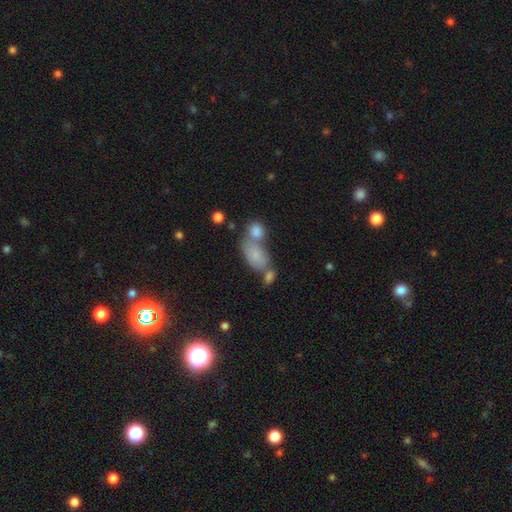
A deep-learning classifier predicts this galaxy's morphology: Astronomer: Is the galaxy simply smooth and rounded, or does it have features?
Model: smooth — 78%.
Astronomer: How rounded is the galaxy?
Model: in between — 89%.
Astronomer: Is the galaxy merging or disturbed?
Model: merger — 47% (runner-up: none, 32%).